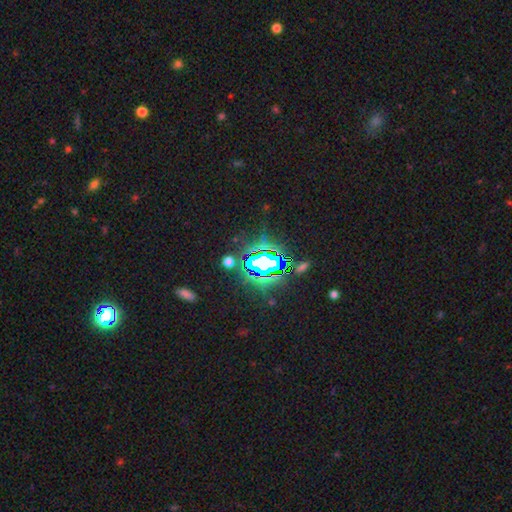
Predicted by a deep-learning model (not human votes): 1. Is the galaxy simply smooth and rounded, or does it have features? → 79% star or artifact, 11% smooth, 9% featured or disk.